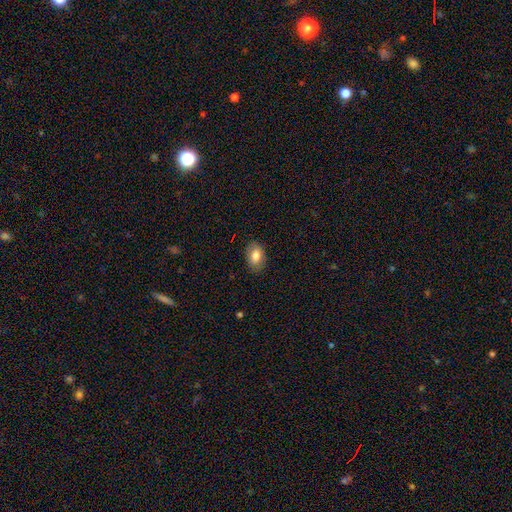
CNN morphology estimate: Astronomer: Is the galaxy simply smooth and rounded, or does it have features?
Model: smooth — 82%.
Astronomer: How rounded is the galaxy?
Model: in between — 84%.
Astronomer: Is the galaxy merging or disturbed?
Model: none — 85%.